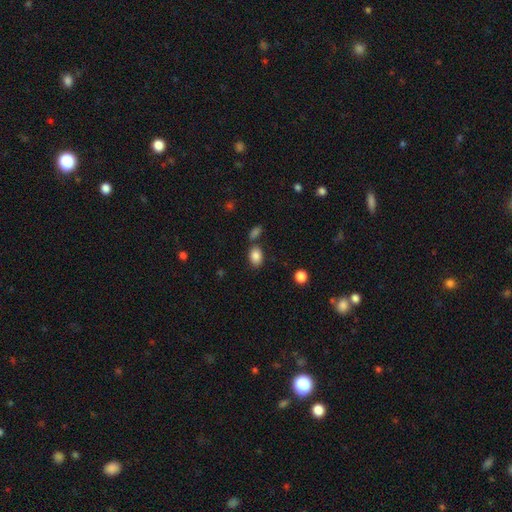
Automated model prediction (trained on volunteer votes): Q: Smooth or featured?
A: smooth (85%); runner-up: star or artifact (9%)
Q: How rounded?
A: in between (78%); runner-up: round (21%)
Q: Merging?
A: none (71%); runner-up: merger (13%)